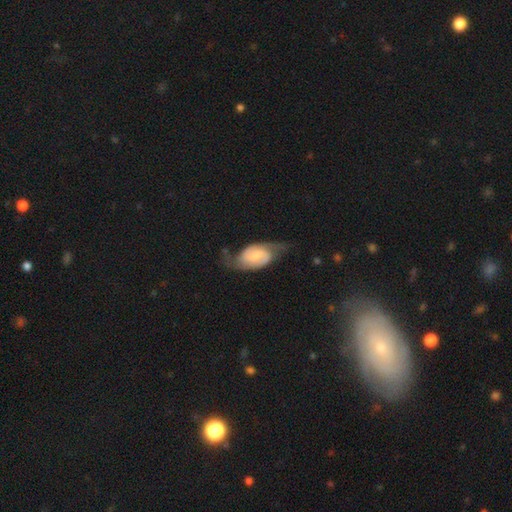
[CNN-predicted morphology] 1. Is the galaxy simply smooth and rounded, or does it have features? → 73% featured or disk, 21% smooth, 6% star or artifact.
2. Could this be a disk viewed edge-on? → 96% no, 4% yes.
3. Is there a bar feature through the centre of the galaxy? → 49% no, 42% weak, 10% strong.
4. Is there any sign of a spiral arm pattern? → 93% yes, 7% no.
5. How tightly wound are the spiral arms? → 45% medium, 28% tight, 27% loose.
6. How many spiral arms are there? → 86% 2, 8% can't tell, 3% 1, 2% 3, 1% 4, 1% more than 4.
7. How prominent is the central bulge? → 49% small, 33% moderate, 11% none, 6% large, 2% dominant.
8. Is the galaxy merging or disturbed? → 52% none, 28% minor disturbance, 18% major disturbance, 2% merger.